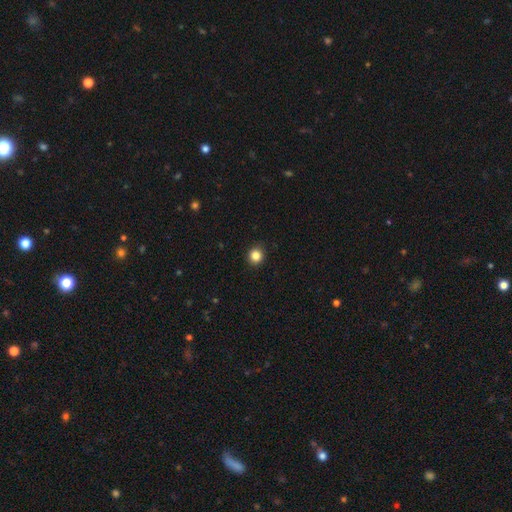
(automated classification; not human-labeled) smooth_or_featured: smooth (p=0.85) [alt: star or artifact p=0.11]
how_rounded: round (p=0.91) [alt: in between p=0.08]
merging: none (p=0.92) [alt: minor disturbance p=0.05]